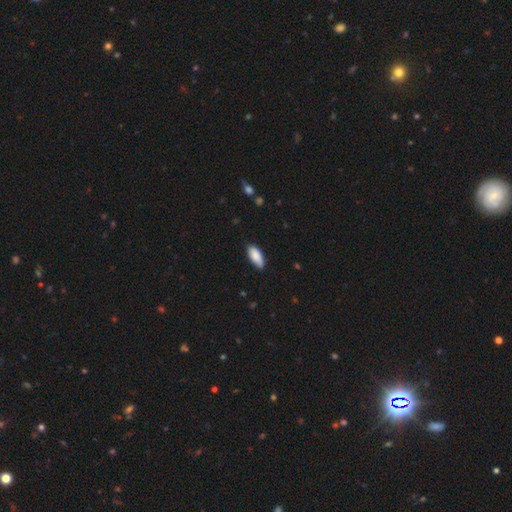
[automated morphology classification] This is clearly a smooth galaxy (87%). How rounded: clearly in between (86%). Merging: likely none (80%).